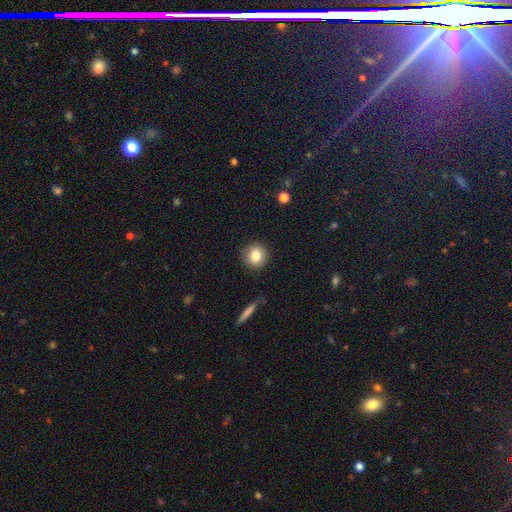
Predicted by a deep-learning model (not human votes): A smooth galaxy with no disk features (82%) that is round (92%).

Vote fractions:
- Smooth or featured? smooth: 82% / star or artifact: 9% / featured or disk: 8%
- How rounded? round: 92% / in between: 7% / cigar-shaped: 1%
- Merging? none: 90% / minor disturbance: 7% / major disturbance: 2% / merger: 1%